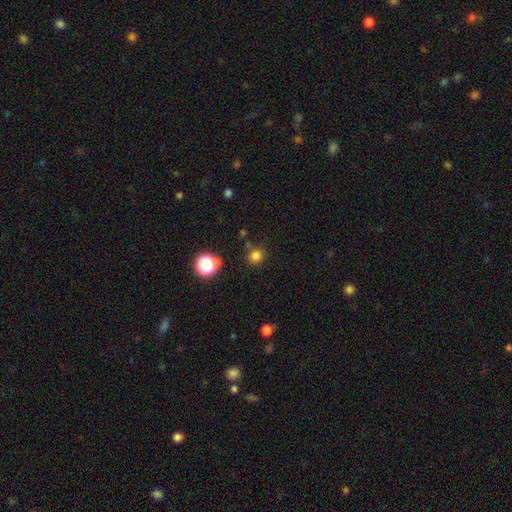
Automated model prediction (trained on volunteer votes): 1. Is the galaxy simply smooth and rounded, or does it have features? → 78% smooth, 17% star or artifact, 5% featured or disk.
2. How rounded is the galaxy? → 93% round, 6% in between, 1% cigar-shaped.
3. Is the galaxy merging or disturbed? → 81% none, 9% minor disturbance, 6% merger, 3% major disturbance.